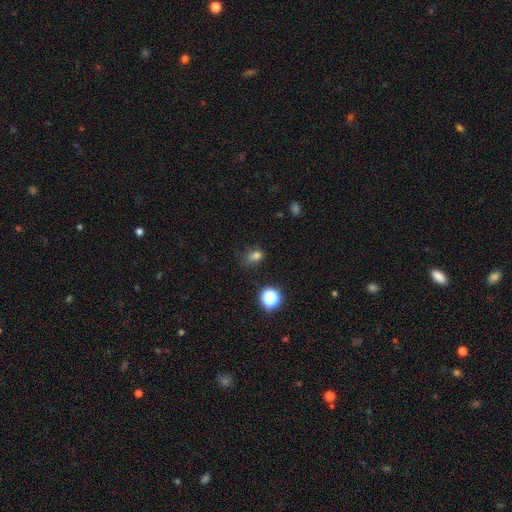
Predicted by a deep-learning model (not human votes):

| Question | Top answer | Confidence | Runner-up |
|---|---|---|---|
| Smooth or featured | smooth | 76% | star or artifact (18%) |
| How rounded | in between | 66% | round (32%) |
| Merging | none | 61% | minor disturbance (26%) |